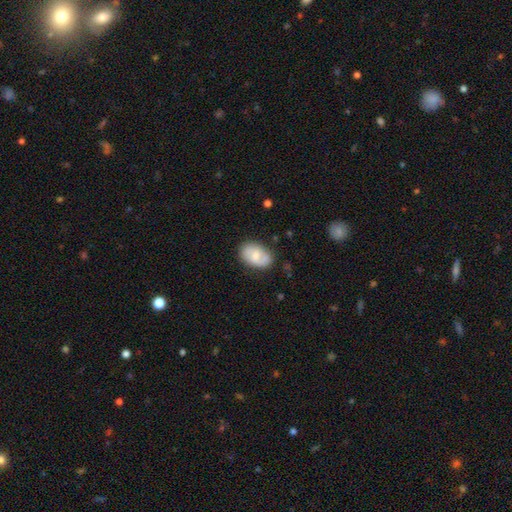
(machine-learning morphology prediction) Smooth or featured?
  - smooth: 61% *
  - featured or disk: 33%
  - star or artifact: 6%
How rounded?
  - in between: 87% *
  - round: 12%
  - cigar-shaped: 1%
Merging?
  - none: 77% *
  - minor disturbance: 17%
  - major disturbance: 4%
  - merger: 2%